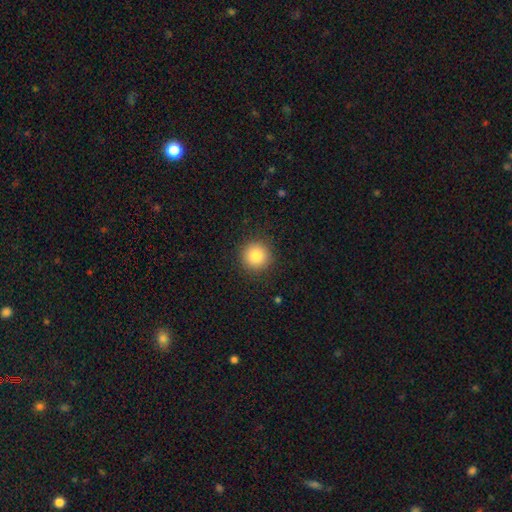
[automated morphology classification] Smooth or featured?
  - smooth: 83% *
  - star or artifact: 10%
  - featured or disk: 6%
How rounded?
  - round: 95% *
  - in between: 4%
  - cigar-shaped: 1%
Merging?
  - none: 91% *
  - minor disturbance: 6%
  - major disturbance: 2%
  - merger: 1%